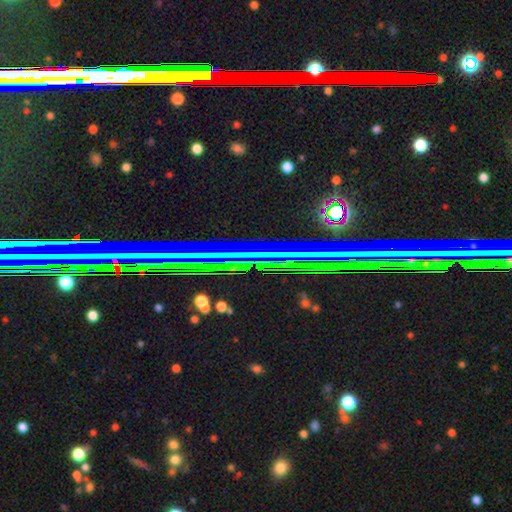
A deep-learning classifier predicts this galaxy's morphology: star or artifact 77%, featured or disk 13%, smooth 10%.